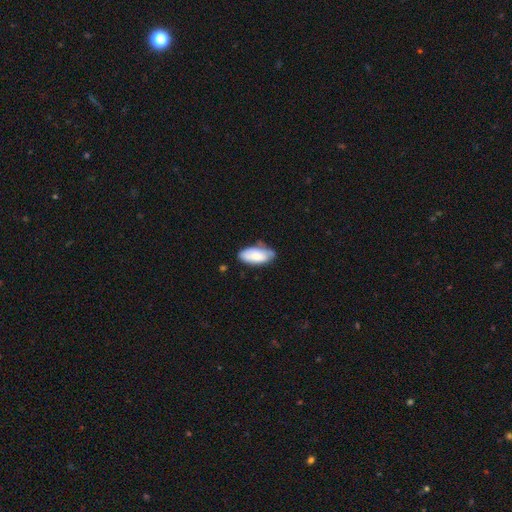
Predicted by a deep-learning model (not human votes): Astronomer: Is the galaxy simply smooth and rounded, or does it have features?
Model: smooth — 78%.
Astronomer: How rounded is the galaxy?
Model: in between — 91%.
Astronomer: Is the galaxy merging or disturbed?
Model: none — 63%.